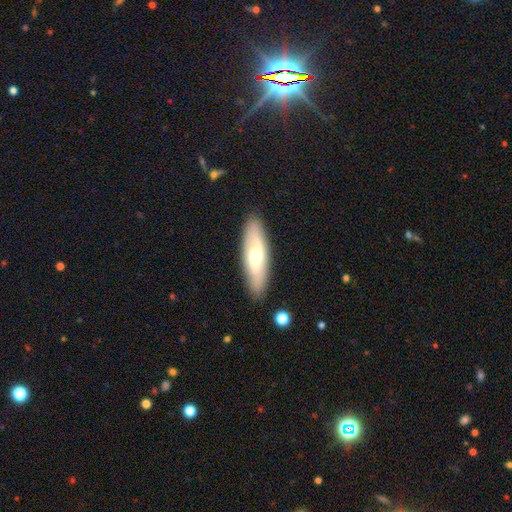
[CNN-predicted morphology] The model was most divided on "how rounded": cigar-shaped: 52%, in between: 46%, round: 2%. More confident: merging — none (88%); smooth or featured — smooth (52%).